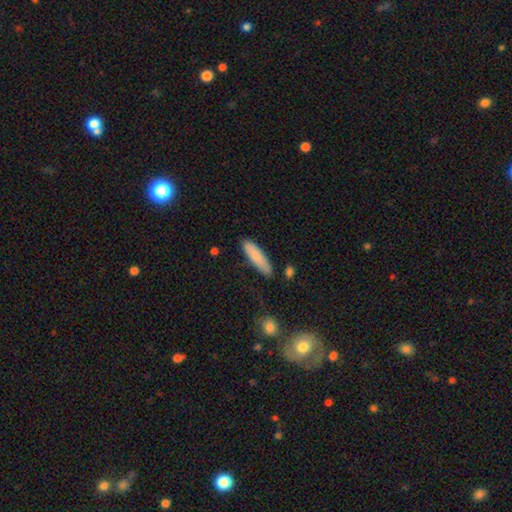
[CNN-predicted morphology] Smooth or featured: smooth — 84% (featured or disk — 10%)
How rounded: cigar-shaped — 69% (in between — 29%)
Merging: none — 82% (minor disturbance — 13%)